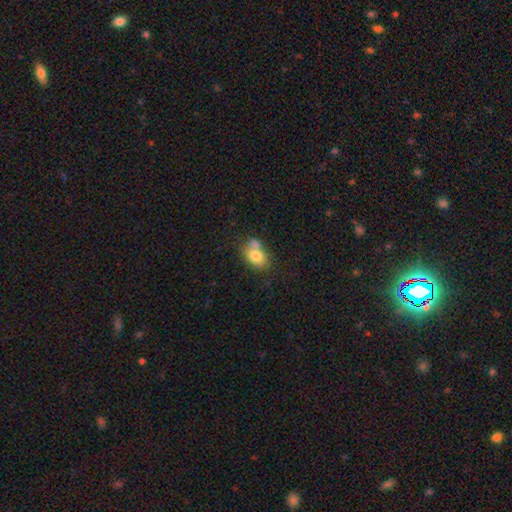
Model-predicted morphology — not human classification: This is likely a smooth galaxy (77%). How rounded: likely in between (74%). Merging: possibly none (47%).